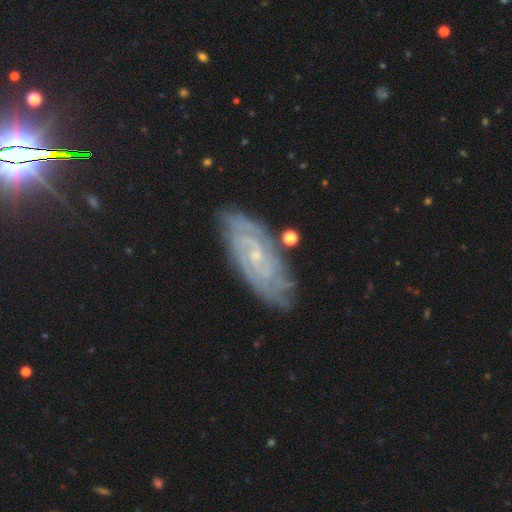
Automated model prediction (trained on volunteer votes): This appears to be a featured or disk galaxy (82%) with no bar (61%), tight (76%) spiral arms (96%) and a small central bulge (83%). Merging: none (80%).